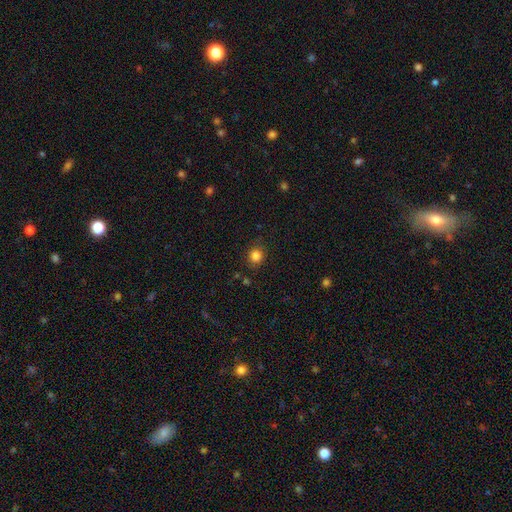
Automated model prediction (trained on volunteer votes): Q: Smooth or featured?
A: smooth (84%); runner-up: star or artifact (11%)
Q: How rounded?
A: round (85%); runner-up: in between (14%)
Q: Merging?
A: none (85%); runner-up: minor disturbance (10%)